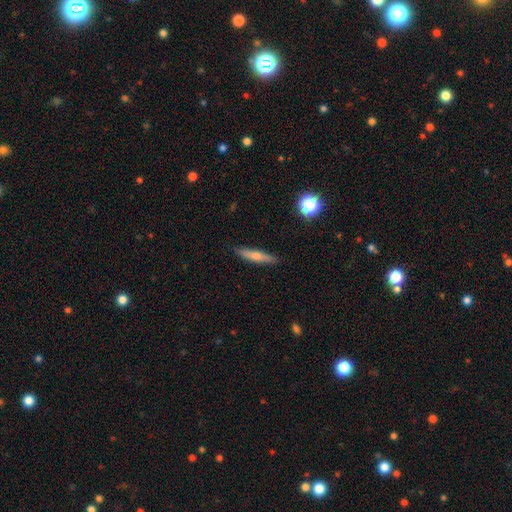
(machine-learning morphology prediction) Smooth or featured?
  - smooth: 56% *
  - featured or disk: 37%
  - star or artifact: 7%
How rounded?
  - cigar-shaped: 87% *
  - in between: 11%
  - round: 2%
Merging?
  - none: 89% *
  - minor disturbance: 8%
  - major disturbance: 2%
  - merger: 1%